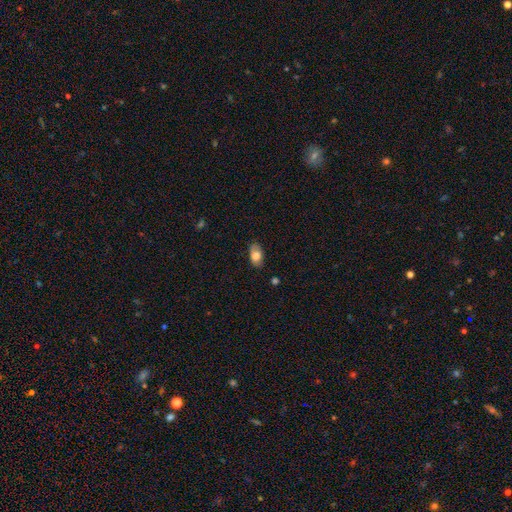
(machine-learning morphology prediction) smooth_or_featured: smooth (p=0.73) [alt: featured or disk p=0.20]
how_rounded: in between (p=0.92) [alt: round p=0.06]
merging: none (p=0.79) [alt: minor disturbance p=0.16]